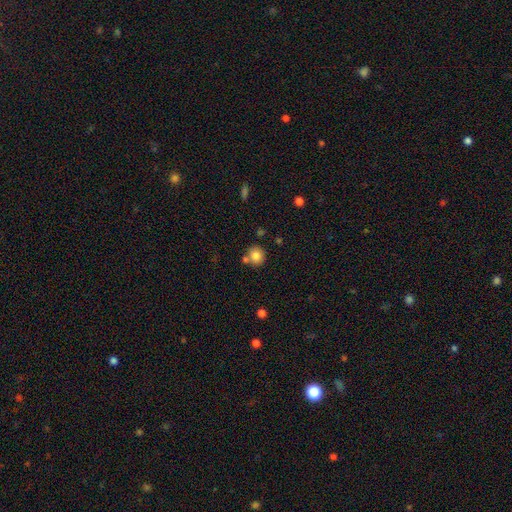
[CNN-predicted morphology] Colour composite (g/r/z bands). It shows a smooth galaxy with no disk features (82%) that is round (84%). Merging: none (70%).